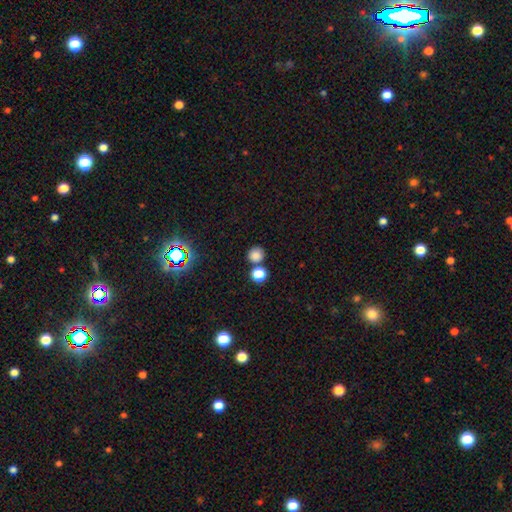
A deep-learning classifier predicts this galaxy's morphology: smooth_or_featured: smooth (p=0.80) [alt: star or artifact p=0.15]
how_rounded: round (p=0.90) [alt: in between p=0.09]
merging: none (p=0.73) [alt: merger p=0.17]